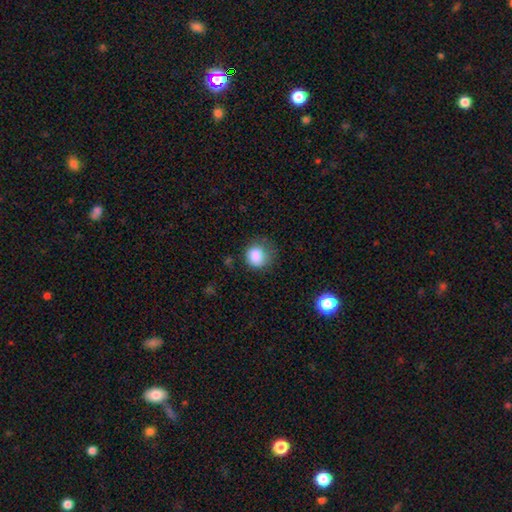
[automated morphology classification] type=smooth (86%); roundness=round (82%); merging=none (57%).